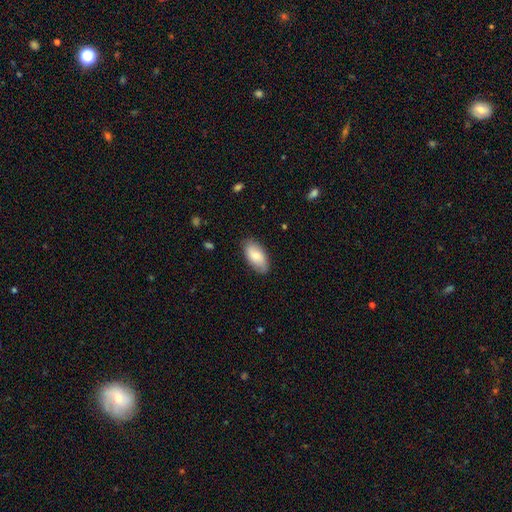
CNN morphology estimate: Smooth or featured? smooth (81%)
How rounded? in between (94%)
Merging? none (84%)